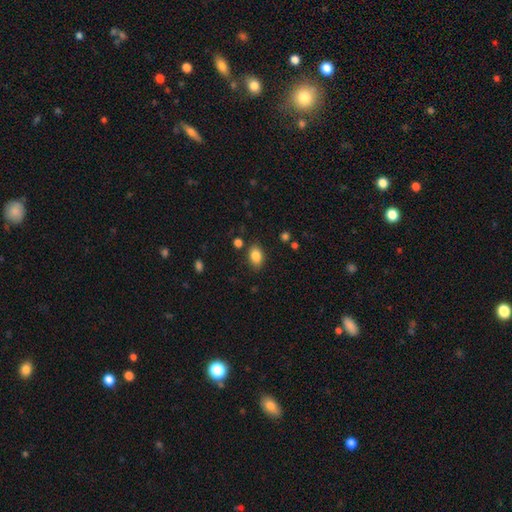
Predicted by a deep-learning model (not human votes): A smooth galaxy with no disk features (84%) that is in between round and cigar-shaped (84%). Merging: none (82%).